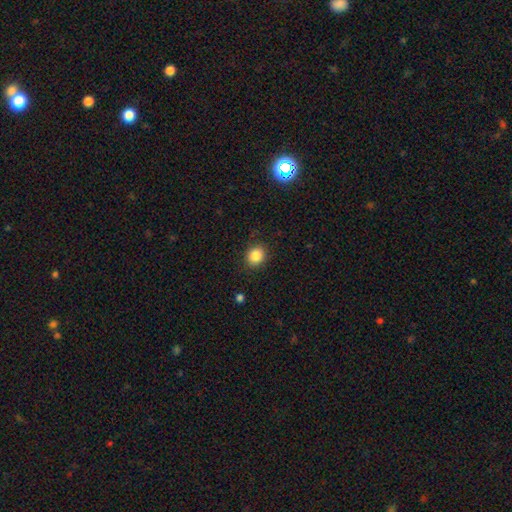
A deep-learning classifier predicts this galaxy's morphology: A smooth galaxy with no disk features (85%) that is round (71%).

Vote fractions:
- Smooth or featured? smooth: 85% / star or artifact: 10% / featured or disk: 5%
- How rounded? round: 71% / in between: 28% / cigar-shaped: 1%
- Merging? none: 86% / minor disturbance: 10% / major disturbance: 3% / merger: 1%